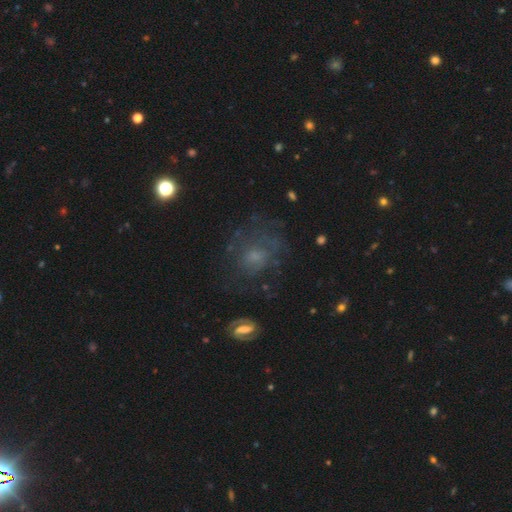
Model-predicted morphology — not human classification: Q: Smooth or featured?
A: featured or disk (42%); runner-up: smooth (36%)
Q: Merging?
A: none (61%); runner-up: minor disturbance (18%)